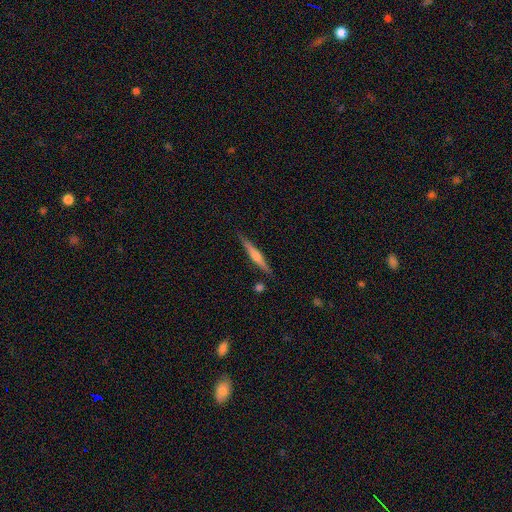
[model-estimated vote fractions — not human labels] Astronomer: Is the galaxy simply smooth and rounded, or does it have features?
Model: featured or disk — 64%.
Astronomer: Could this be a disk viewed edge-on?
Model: yes — 98%.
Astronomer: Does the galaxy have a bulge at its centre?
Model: rounded — 80%.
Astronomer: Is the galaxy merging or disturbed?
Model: none — 87%.